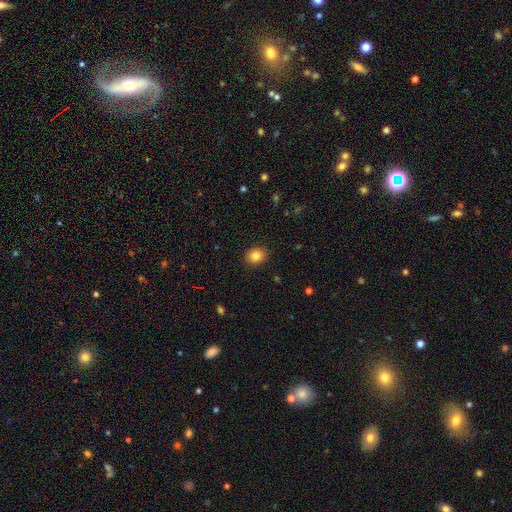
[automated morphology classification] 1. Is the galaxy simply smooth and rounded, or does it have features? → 85% smooth, 10% star or artifact, 5% featured or disk.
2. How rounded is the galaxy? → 61% round, 39% in between, 1% cigar-shaped.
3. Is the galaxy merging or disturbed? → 90% none, 7% minor disturbance, 2% major disturbance, 1% merger.